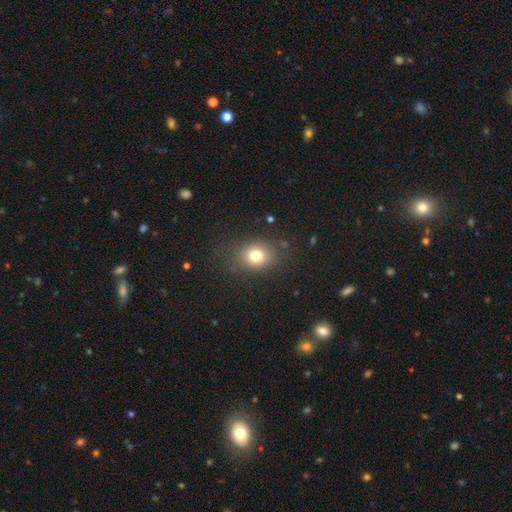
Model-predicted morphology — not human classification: type=smooth (80%); roundness=in between (56%); merging=none (78%).